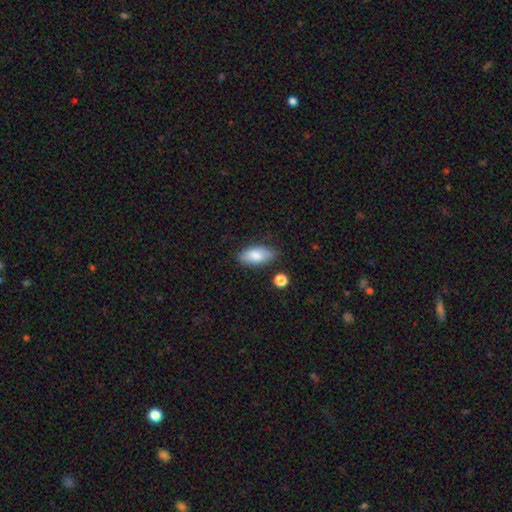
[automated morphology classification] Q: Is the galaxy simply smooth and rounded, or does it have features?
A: smooth — 82%.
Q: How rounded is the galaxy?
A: in between — 87%.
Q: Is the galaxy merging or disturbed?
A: none — 81%.